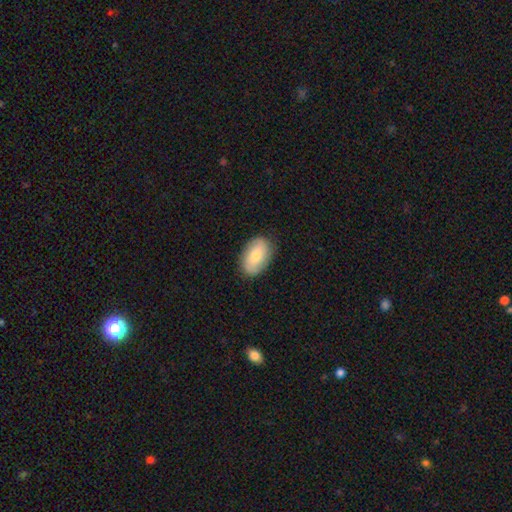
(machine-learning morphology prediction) smooth_or_featured: smooth (p=0.66) [alt: featured or disk p=0.27]
how_rounded: in between (p=0.92) [alt: round p=0.06]
merging: none (p=0.86) [alt: minor disturbance p=0.11]